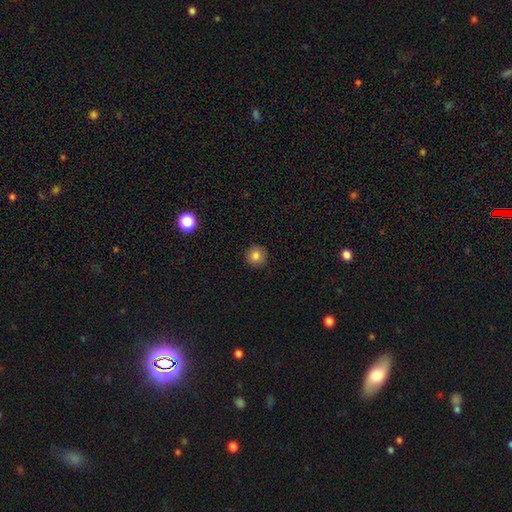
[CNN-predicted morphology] Smooth or featured?
  - smooth: 82% *
  - star or artifact: 11%
  - featured or disk: 7%
How rounded?
  - round: 95% *
  - in between: 4%
  - cigar-shaped: 1%
Merging?
  - none: 92% *
  - minor disturbance: 6%
  - major disturbance: 2%
  - merger: 1%